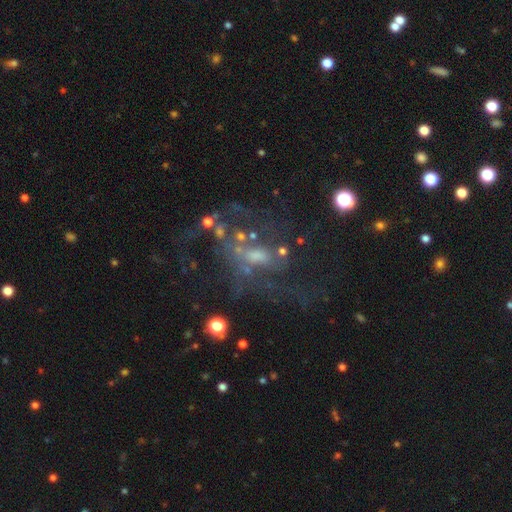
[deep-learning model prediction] Morphology: type=featured or disk (69%); edge-on=no (96%); bar=no (59%); spiral arms=yes (64%); bulge=small (37%); merging=none (43%).